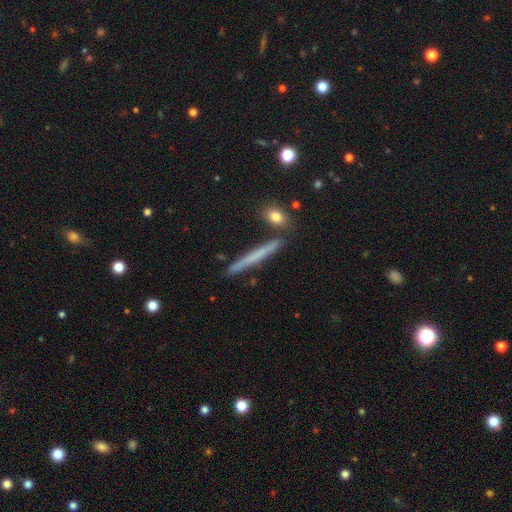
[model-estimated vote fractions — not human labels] This appears to be a smooth galaxy with no disk features (55%) that is cigar-shaped (96%). Merging: none (86%).